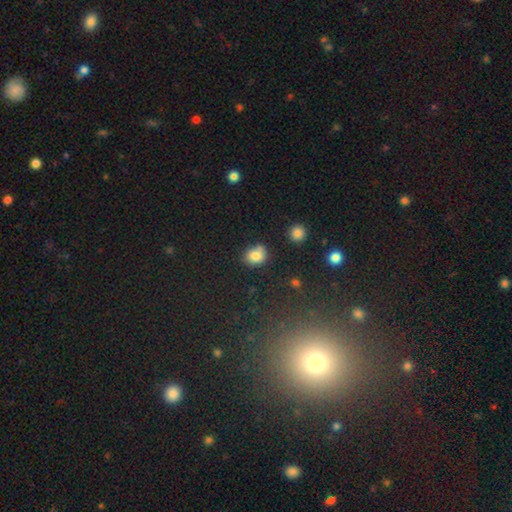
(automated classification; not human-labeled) Morphology: type=smooth (81%); roundness=round (63%); merging=none (67%).